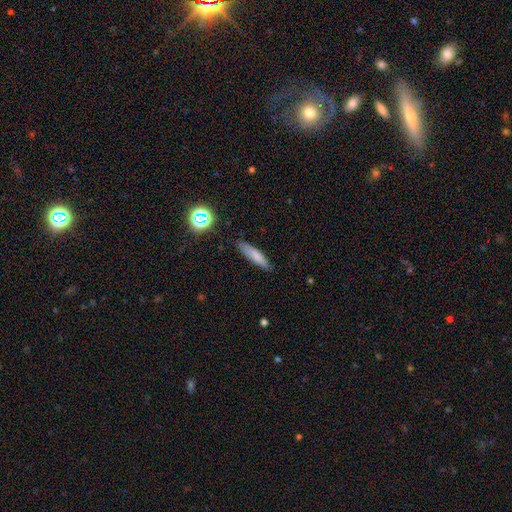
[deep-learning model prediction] A smooth galaxy with no disk features (74%) that is cigar-shaped (77%).

Vote fractions:
- Smooth or featured? smooth: 74% / featured or disk: 17% / star or artifact: 9%
- How rounded? cigar-shaped: 77% / in between: 21% / round: 2%
- Merging? none: 80% / minor disturbance: 16% / major disturbance: 3% / merger: 2%